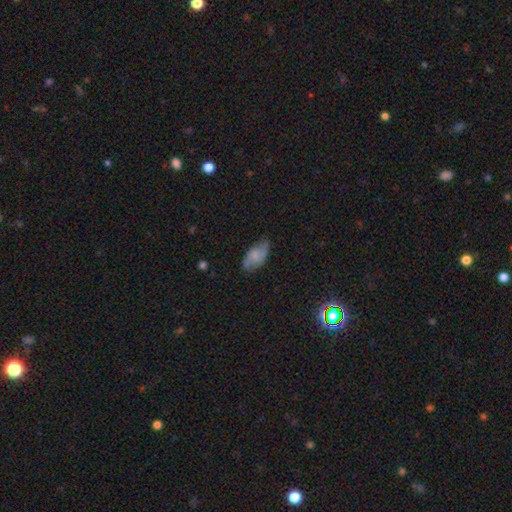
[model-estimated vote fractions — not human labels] Smooth or featured? featured or disk (48%)
Merging? none (69%)